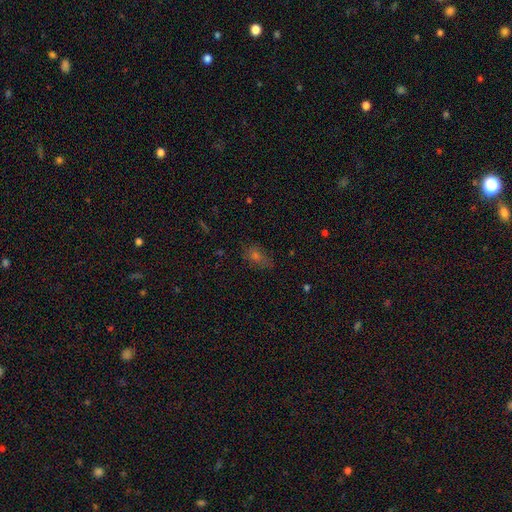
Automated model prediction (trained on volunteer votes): smooth-or-featured: smooth: 56% | star or artifact: 29% | featured or disk: 15%
  how-rounded: in between: 74% | round: 21% | cigar-shaped: 5%
  merging: none: 71% | minor disturbance: 20% | major disturbance: 6% | merger: 2%